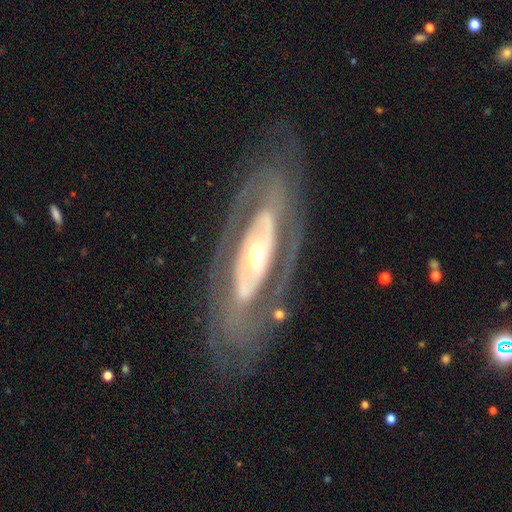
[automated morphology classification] featured or disk 83%, smooth 12%, star or artifact 5%. Down the decision tree: edge-on disk — no (86%); bar — no (59%); spiral arms — yes (61%); bulge size — moderate (52%); merging — none (75%).